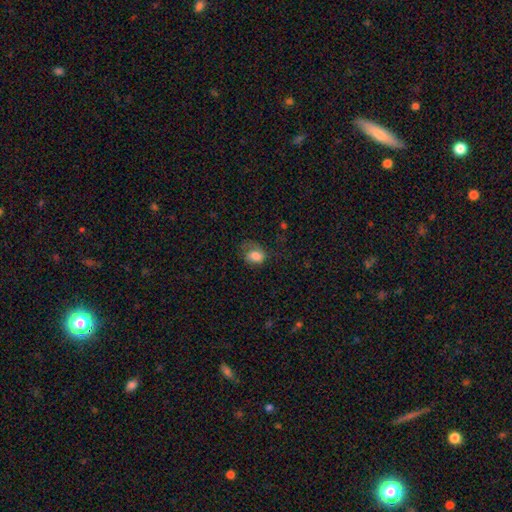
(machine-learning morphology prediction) Smooth or featured? smooth (77%)
How rounded? in between (63%)
Merging? none (42%)